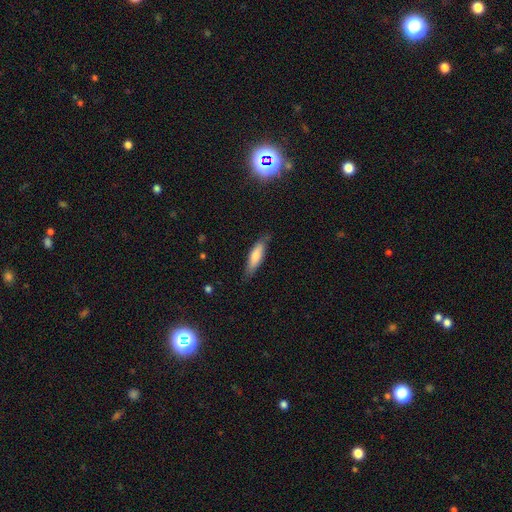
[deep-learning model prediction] smooth-or-featured: smooth: 74% | featured or disk: 20% | star or artifact: 6%
  how-rounded: cigar-shaped: 65% | in between: 33% | round: 2%
  merging: none: 77% | minor disturbance: 18% | major disturbance: 3% | merger: 1%